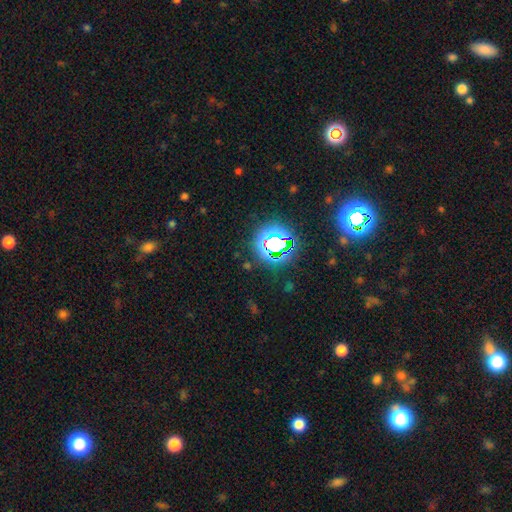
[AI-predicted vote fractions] This appears to be a star or artifact, not a galaxy (78%).